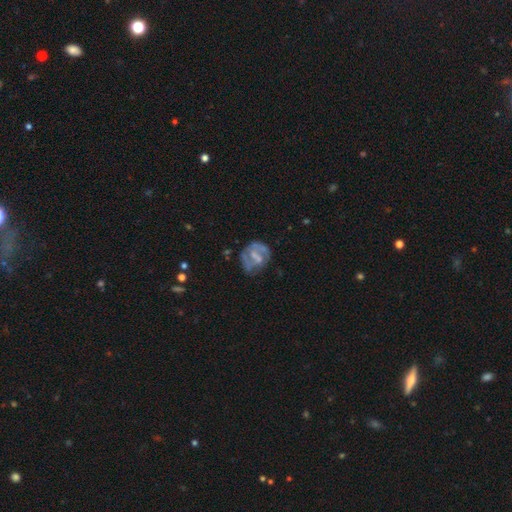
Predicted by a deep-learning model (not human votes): smooth-or-featured: featured or disk: 65% | smooth: 26% | star or artifact: 8%
  disk-edge-on: no: 97% | yes: 3%
    bar: weak: 41% | no: 39% | strong: 20%
    has-spiral-arms: yes: 56% | no: 44%
    bulge-size: none: 38% | small: 32% | moderate: 25% | large: 4% | dominant: 1%
  merging: none: 52% | minor disturbance: 24% | major disturbance: 19% | merger: 5%